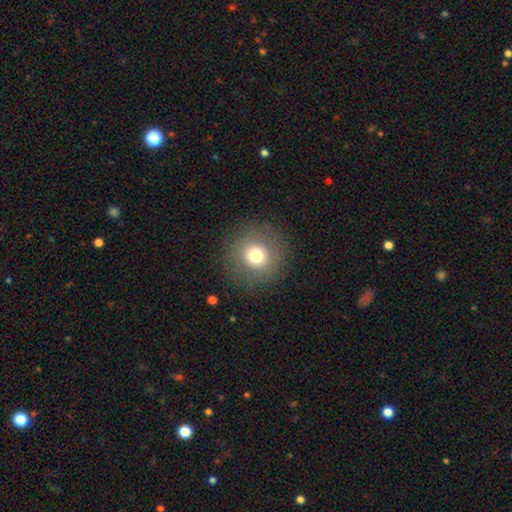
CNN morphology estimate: Smooth or featured? smooth (73%)
How rounded? round (94%)
Merging? none (87%)